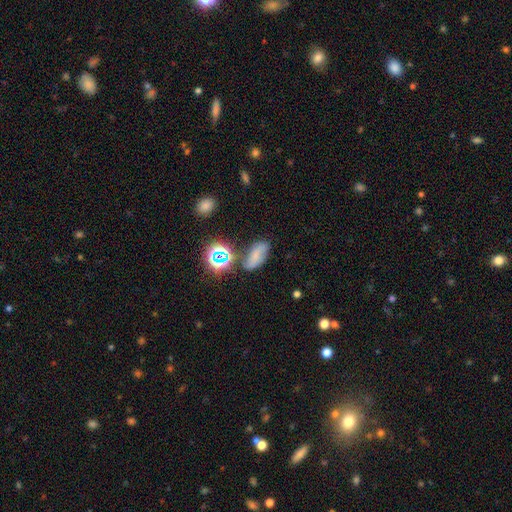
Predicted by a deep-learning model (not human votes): Morphology: type=smooth (45%); merging=none (57%).